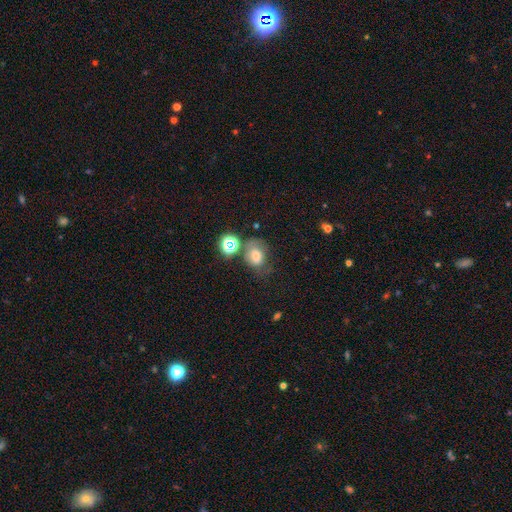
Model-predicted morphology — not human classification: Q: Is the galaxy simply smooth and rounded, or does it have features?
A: smooth — 63%.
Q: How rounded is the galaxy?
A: in between — 61%.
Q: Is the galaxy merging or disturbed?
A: none — 45%.